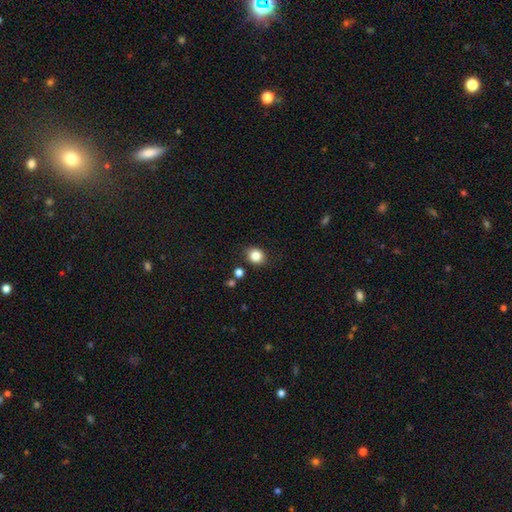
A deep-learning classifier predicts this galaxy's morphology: This appears to be a smooth galaxy with no disk features (83%) that is round (66%). Merging: none (81%).